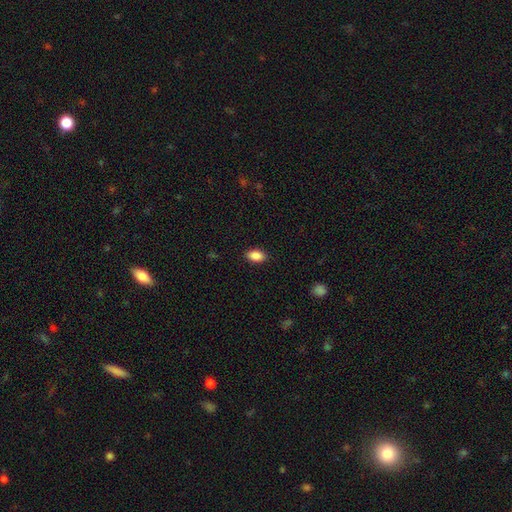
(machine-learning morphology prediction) smooth-or-featured: smooth: 89% | star or artifact: 8% | featured or disk: 3%
  how-rounded: in between: 90% | round: 8% | cigar-shaped: 2%
  merging: none: 89% | minor disturbance: 8% | major disturbance: 2% | merger: 1%